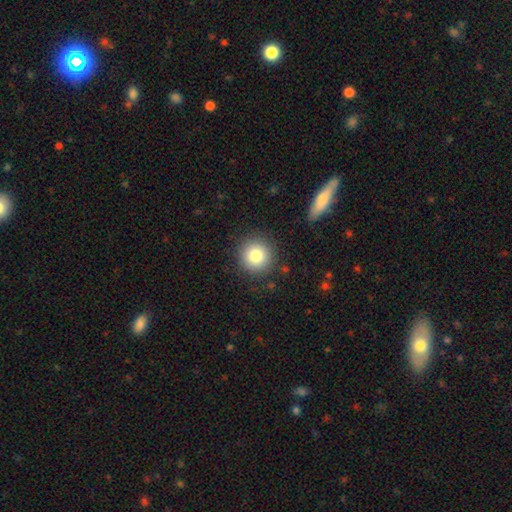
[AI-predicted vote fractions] Smooth or featured: smooth — 82% (star or artifact — 10%)
How rounded: round — 94% (in between — 5%)
Merging: none — 89% (minor disturbance — 7%)